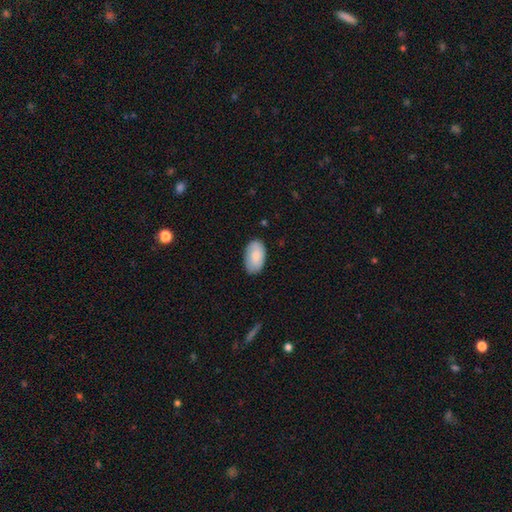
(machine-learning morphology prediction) Smooth or featured? Predicted: smooth (p=0.82). How rounded? Predicted: in between (p=0.94). Merging? Predicted: none (p=0.82).